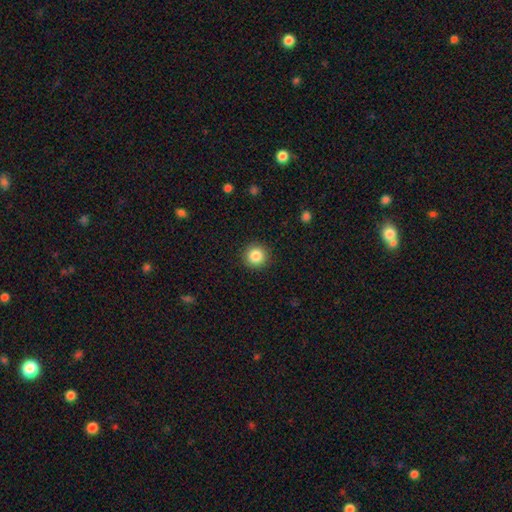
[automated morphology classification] Smooth or featured? Predicted: smooth (p=0.85). How rounded? Predicted: round (p=0.95). Merging? Predicted: none (p=0.92).